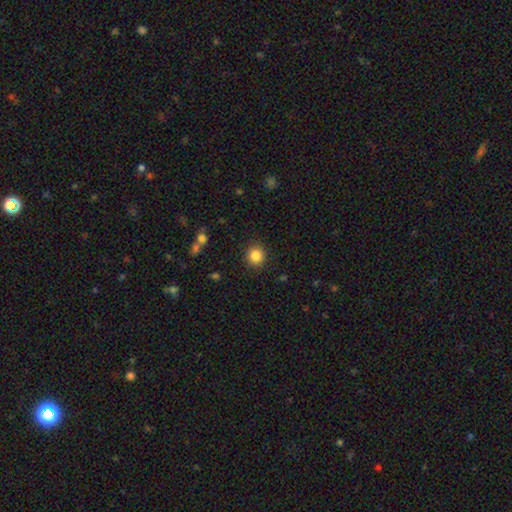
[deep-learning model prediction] This is clearly a smooth galaxy (85%). How rounded: clearly round (90%). Merging: clearly none (91%).